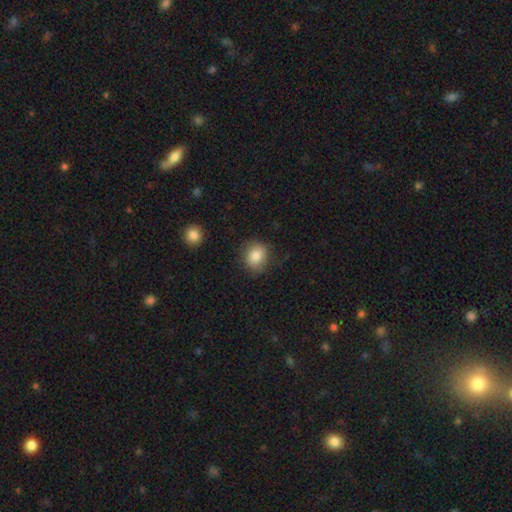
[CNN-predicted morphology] type=smooth (83%); roundness=round (66%); merging=none (78%).